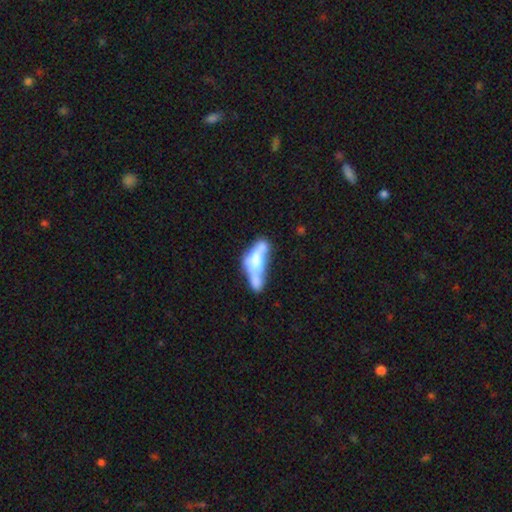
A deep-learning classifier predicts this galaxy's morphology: Smooth or featured: smooth — 50% (featured or disk — 41%)
How rounded: in between — 68% (cigar-shaped — 27%)
Merging: merger — 57% (major disturbance — 17%)